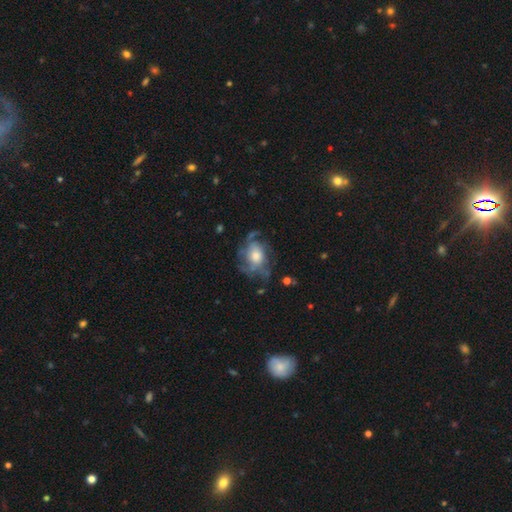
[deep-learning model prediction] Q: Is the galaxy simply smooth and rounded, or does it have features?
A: featured or disk — 69%.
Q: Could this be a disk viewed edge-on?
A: no — 96%.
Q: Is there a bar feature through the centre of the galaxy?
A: no — 78%.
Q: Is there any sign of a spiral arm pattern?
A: yes — 76%.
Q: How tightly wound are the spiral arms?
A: medium — 41%.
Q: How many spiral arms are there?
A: can't tell — 44%.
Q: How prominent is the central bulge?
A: moderate — 53%.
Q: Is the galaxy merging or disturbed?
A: none — 56%.